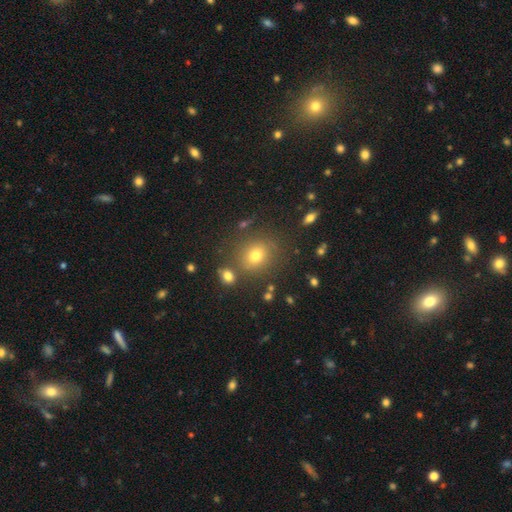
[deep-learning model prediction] Smooth or featured? smooth (72%)
How rounded? round (76%)
Merging? none (78%)